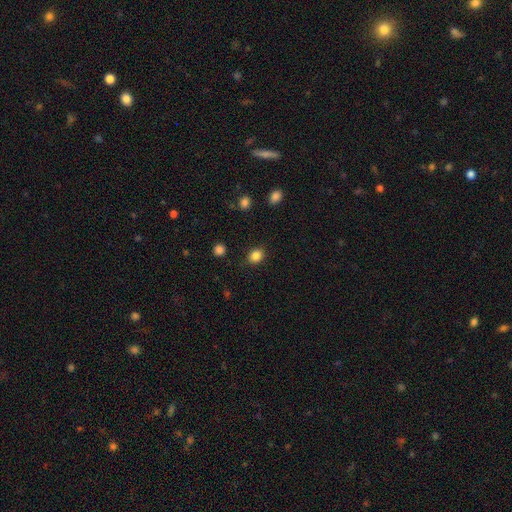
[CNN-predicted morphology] Smooth or featured? smooth (85%)
How rounded? round (59%)
Merging? none (87%)